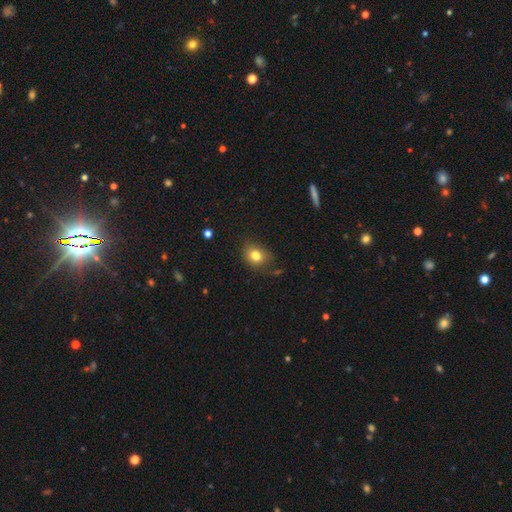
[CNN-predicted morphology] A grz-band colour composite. It shows a smooth galaxy with no disk features (80%) that is in between round and cigar-shaped (53%). Merging: none (70%).